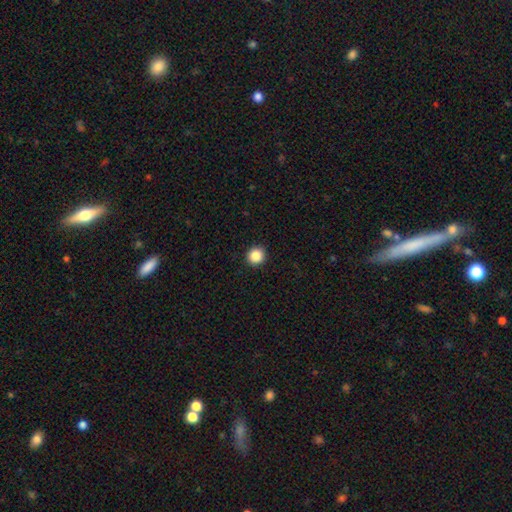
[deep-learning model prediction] Q: Smooth or featured?
A: smooth (87%); runner-up: star or artifact (10%)
Q: How rounded?
A: round (94%); runner-up: in between (5%)
Q: Merging?
A: none (93%); runner-up: minor disturbance (5%)